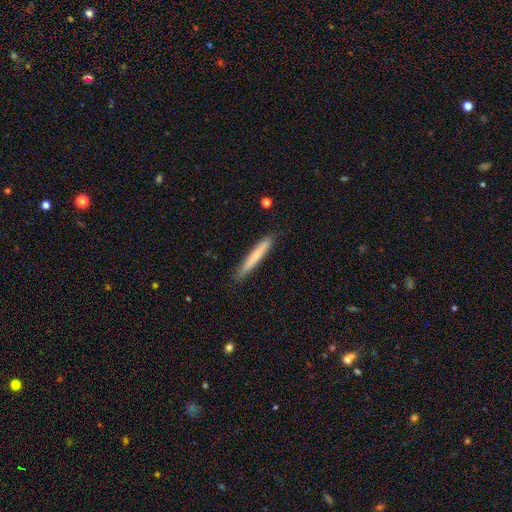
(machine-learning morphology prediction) smooth-or-featured: smooth: 73% | featured or disk: 22% | star or artifact: 6%
  how-rounded: cigar-shaped: 96% | in between: 3% | round: 1%
  merging: none: 87% | minor disturbance: 10% | major disturbance: 2% | merger: 1%